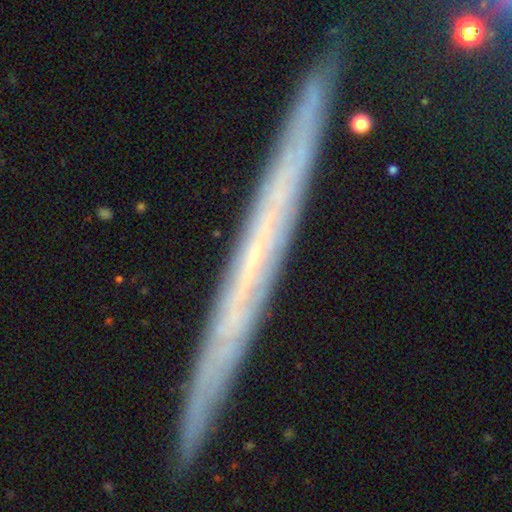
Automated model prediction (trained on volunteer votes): A featured or disk galaxy (68%) viewed edge-on (93%) with no central bulge (86%). Merging: none (86%).